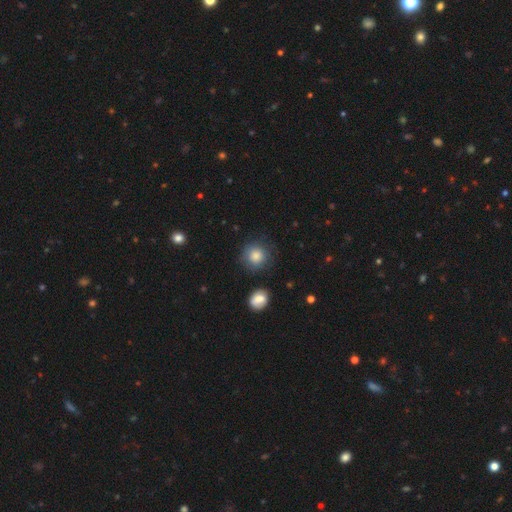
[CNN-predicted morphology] Smooth or featured? smooth (83%)
How rounded? round (91%)
Merging? none (81%)